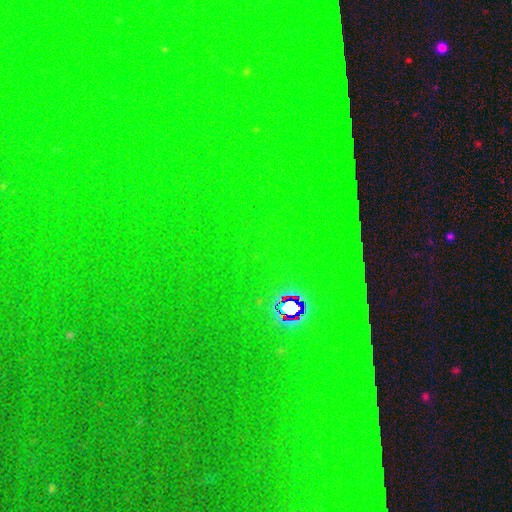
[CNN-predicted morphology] star or artifact 83%, smooth 9%, featured or disk 7%.